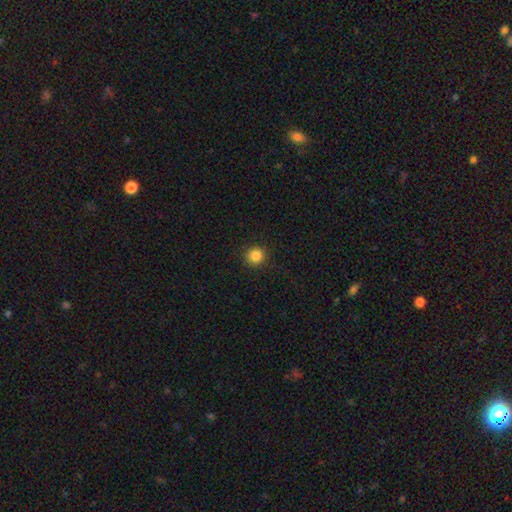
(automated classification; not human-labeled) smooth_or_featured: smooth (p=0.85) [alt: star or artifact p=0.11]
how_rounded: round (p=0.93) [alt: in between p=0.06]
merging: none (p=0.92) [alt: minor disturbance p=0.05]